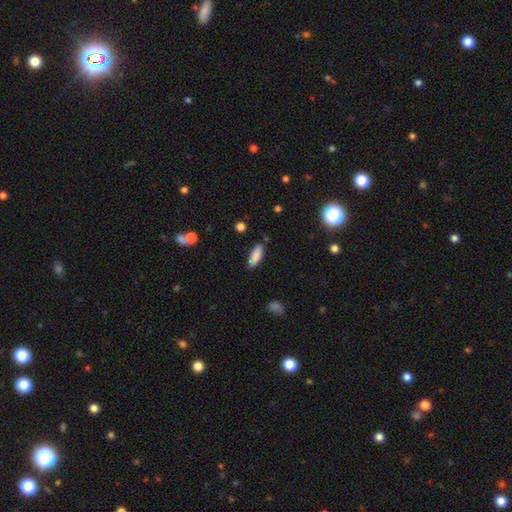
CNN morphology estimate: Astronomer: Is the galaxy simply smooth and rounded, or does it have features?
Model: smooth — 87%.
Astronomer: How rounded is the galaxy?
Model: in between — 65%.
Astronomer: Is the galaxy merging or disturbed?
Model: none — 84%.